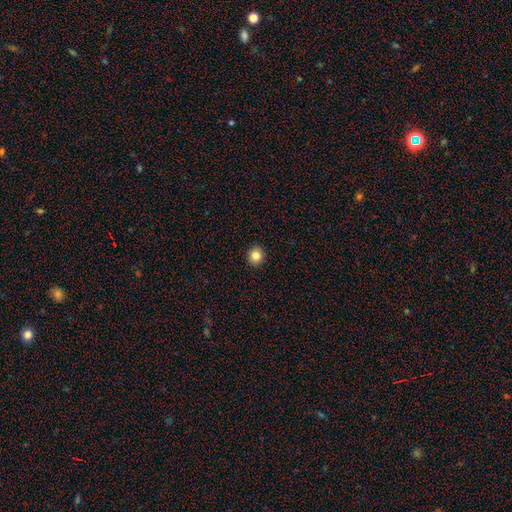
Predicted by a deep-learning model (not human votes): smooth_or_featured: smooth (p=0.83) [alt: star or artifact p=0.11]
how_rounded: round (p=0.86) [alt: in between p=0.14]
merging: none (p=0.93) [alt: minor disturbance p=0.05]